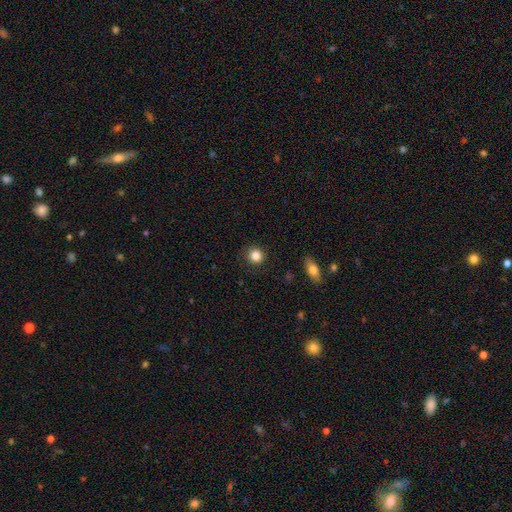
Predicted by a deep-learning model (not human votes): Smooth or featured?
  - smooth: 85% *
  - star or artifact: 10%
  - featured or disk: 5%
How rounded?
  - round: 92% *
  - in between: 7%
  - cigar-shaped: 1%
Merging?
  - none: 89% *
  - minor disturbance: 8%
  - major disturbance: 2%
  - merger: 1%